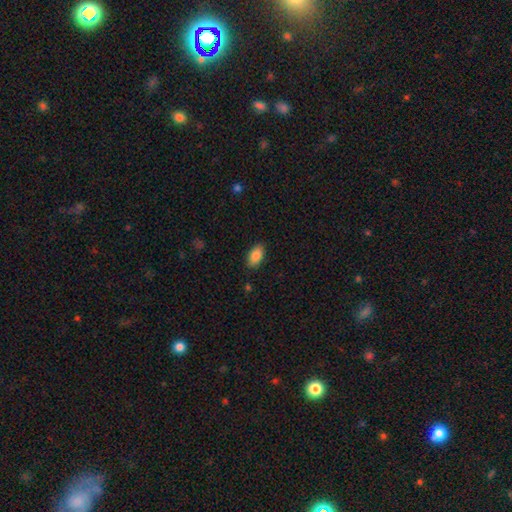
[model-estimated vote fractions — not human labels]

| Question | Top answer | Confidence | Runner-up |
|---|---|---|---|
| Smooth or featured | smooth | 86% | star or artifact (7%) |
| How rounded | in between | 93% | round (4%) |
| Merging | none | 87% | minor disturbance (9%) |